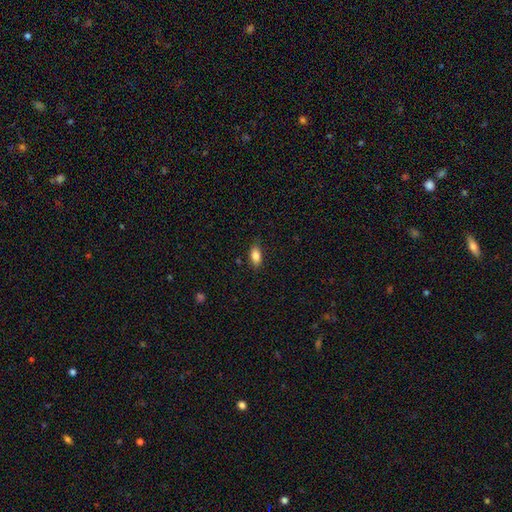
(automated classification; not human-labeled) Overall: smooth (86%). How rounded: in between (89%). Merging: none (84%).